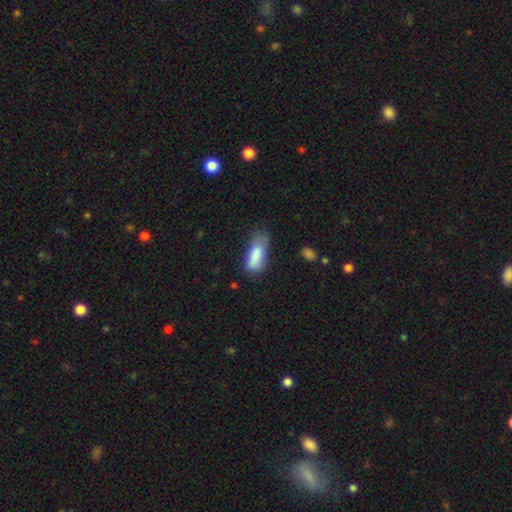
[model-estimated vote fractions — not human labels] Smooth or featured? Predicted: smooth (p=0.80). How rounded? Predicted: in between (p=0.73). Merging? Predicted: minor disturbance (p=0.37).